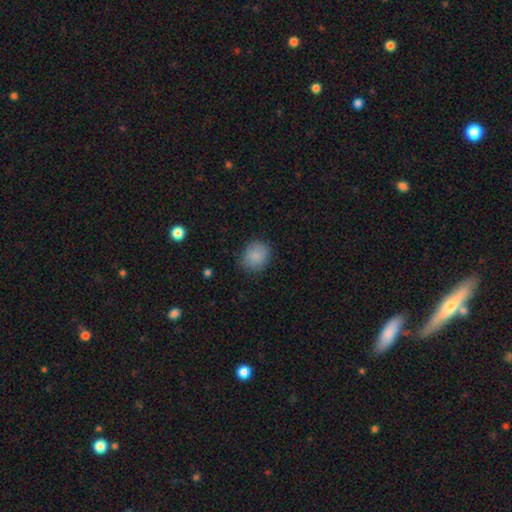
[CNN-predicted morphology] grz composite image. It shows a smooth galaxy with no disk features (86%) that is round (73%). Merging: none (80%).